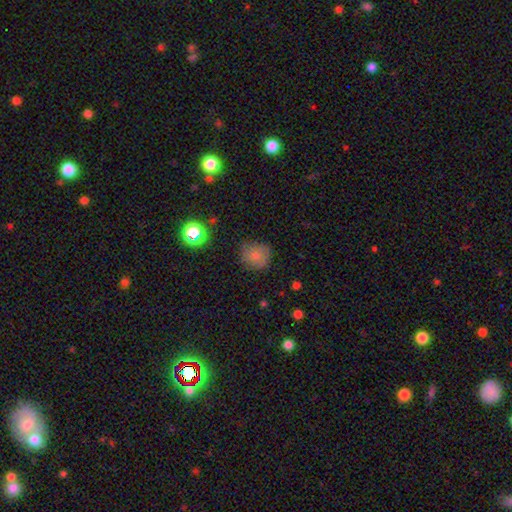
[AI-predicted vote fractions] Morphology: type=smooth (76%); roundness=round (85%); merging=none (73%).